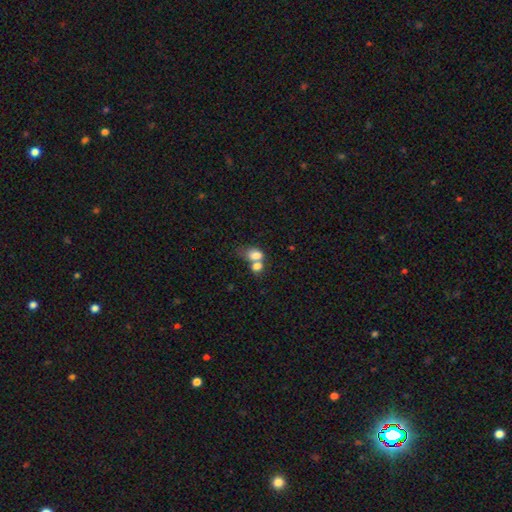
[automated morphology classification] Overall: smooth (76%). How rounded: in between (70%). Merging: merger (62%; none 22%).